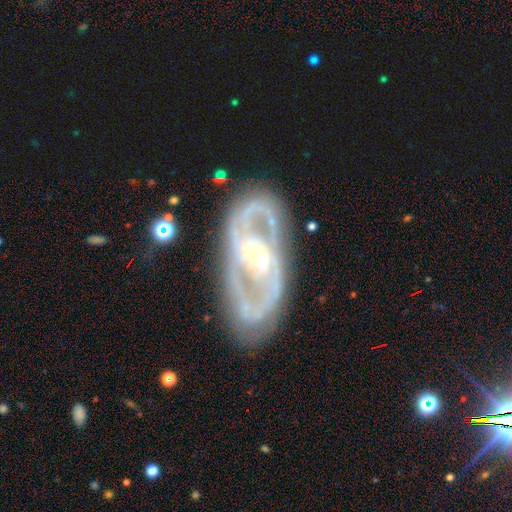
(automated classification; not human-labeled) This appears to be a featured or disk galaxy (88%) with no bar (44%), 2 (79%) medium (46%) spiral arms (89%) and a small central bulge (65%). Merging: none (77%).